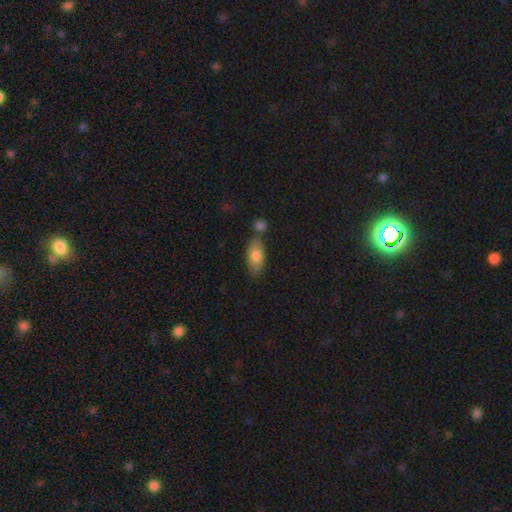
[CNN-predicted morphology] Smooth or featured?
  - smooth: 80% *
  - featured or disk: 14%
  - star or artifact: 6%
How rounded?
  - in between: 85% *
  - cigar-shaped: 12%
  - round: 3%
Merging?
  - none: 64% *
  - merger: 16%
  - minor disturbance: 15%
  - major disturbance: 4%